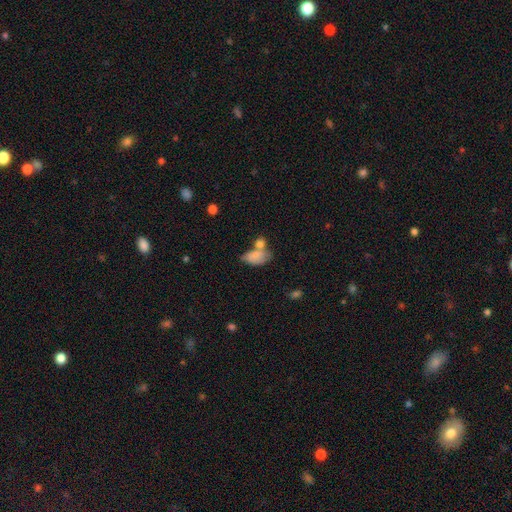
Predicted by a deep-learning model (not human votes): Smooth or featured? smooth (77%)
How rounded? in between (88%)
Merging? merger (42%)